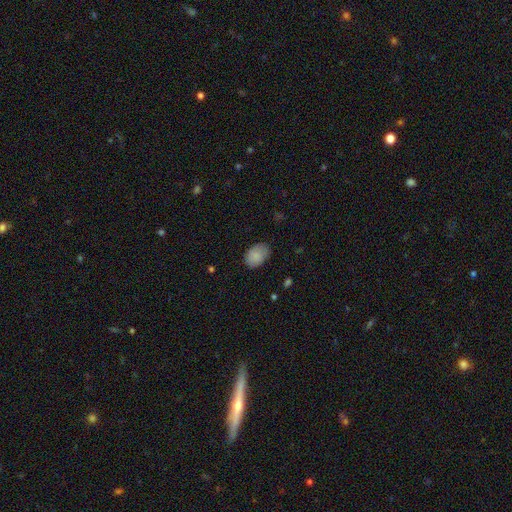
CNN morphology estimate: This appears to be a smooth galaxy with no disk features (87%) that is in between round and cigar-shaped (83%). Merging: none (79%).